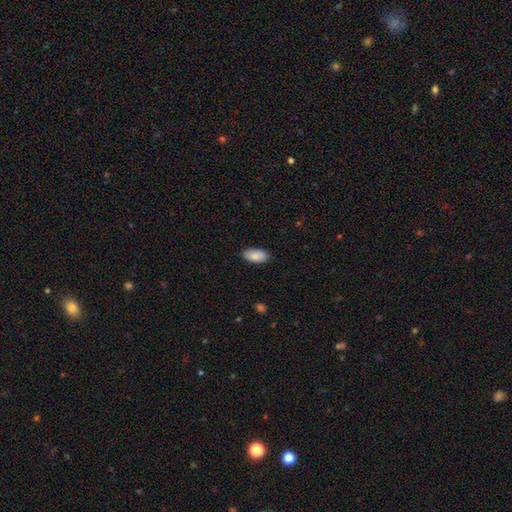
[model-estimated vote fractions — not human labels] smooth_or_featured: smooth (p=0.89) [alt: star or artifact p=0.06]
how_rounded: in between (p=0.92) [alt: cigar-shaped p=0.06]
merging: none (p=0.88) [alt: minor disturbance p=0.09]